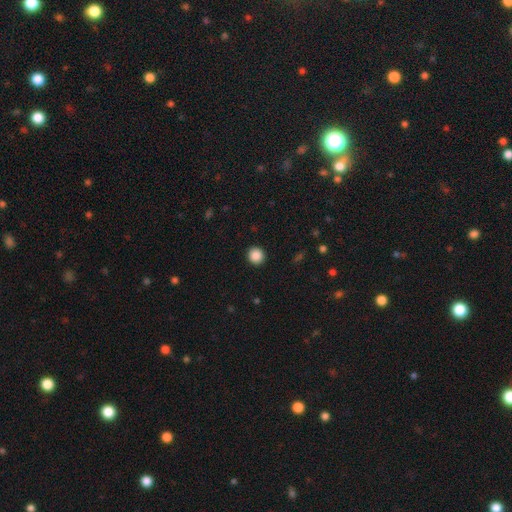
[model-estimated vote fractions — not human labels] Smooth or featured: smooth — 88% (star or artifact — 9%)
How rounded: round — 93% (in between — 6%)
Merging: none — 92% (minor disturbance — 5%)